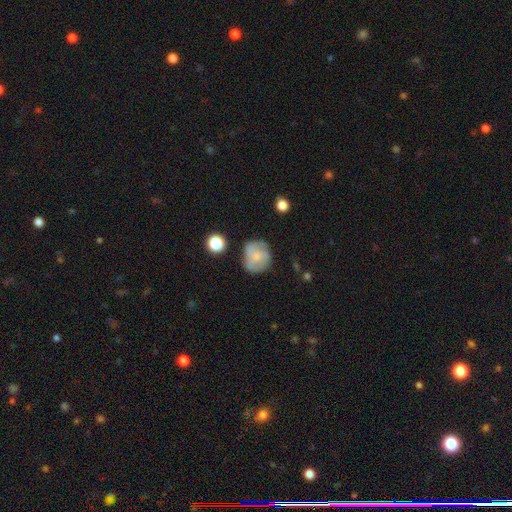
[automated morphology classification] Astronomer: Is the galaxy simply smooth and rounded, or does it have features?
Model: smooth — 47% (runner-up: featured or disk, 44%).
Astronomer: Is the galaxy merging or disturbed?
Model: none — 58%.